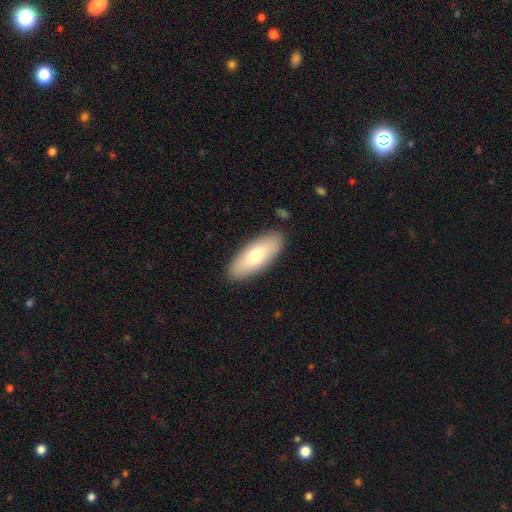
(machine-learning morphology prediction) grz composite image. It shows a smooth galaxy with no disk features (67%) that is in between round and cigar-shaped (79%). Merging: none (88%).